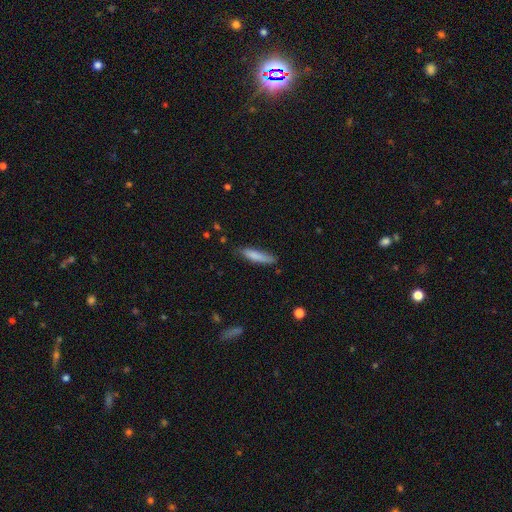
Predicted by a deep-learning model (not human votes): A smooth galaxy with no disk features (81%) that is cigar-shaped (81%). Merging: none (75%).